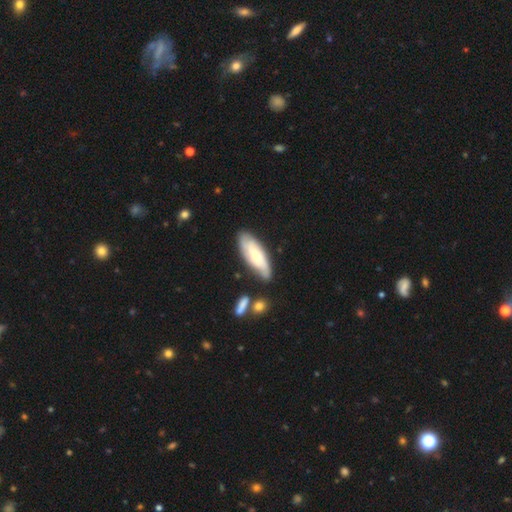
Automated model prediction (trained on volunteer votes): Morphology: type=smooth (51%); roundness=in between (61%); merging=none (70%).